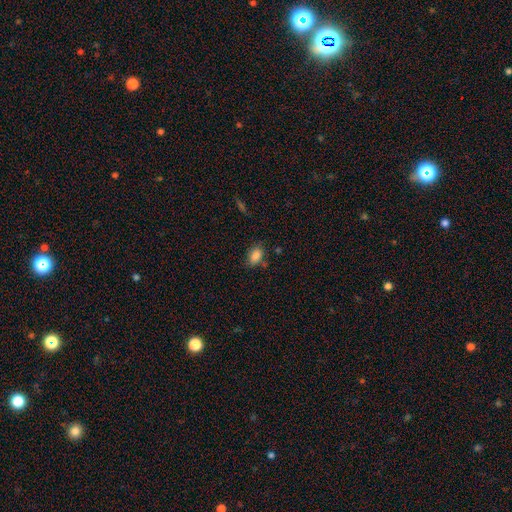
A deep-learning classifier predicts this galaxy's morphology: smooth_or_featured: smooth (p=0.85) [alt: star or artifact p=0.09]
how_rounded: in between (p=0.84) [alt: round p=0.14]
merging: none (p=0.74) [alt: minor disturbance p=0.17]